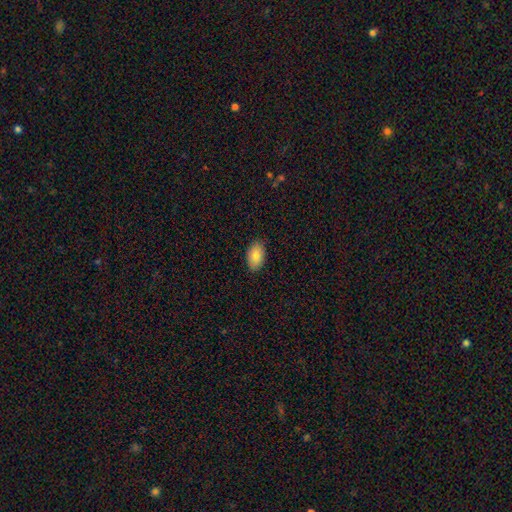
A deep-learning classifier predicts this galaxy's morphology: The model was most divided on "merging": none: 88%, minor disturbance: 9%, major disturbance: 2%, merger: 1%. More confident: how rounded — in between (94%); smooth or featured — smooth (86%).